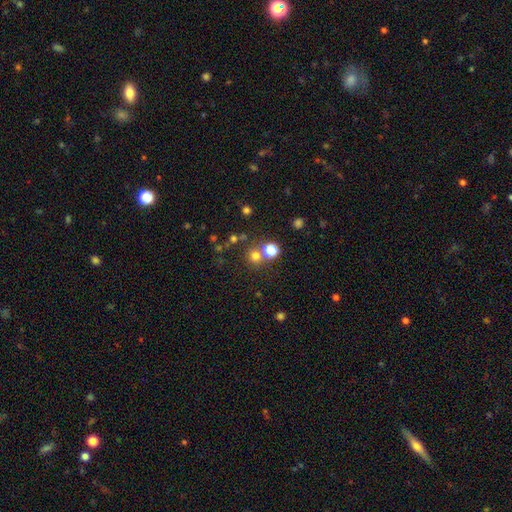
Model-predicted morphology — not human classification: Smooth or featured? smooth (71%)
How rounded? round (92%)
Merging? none (67%)